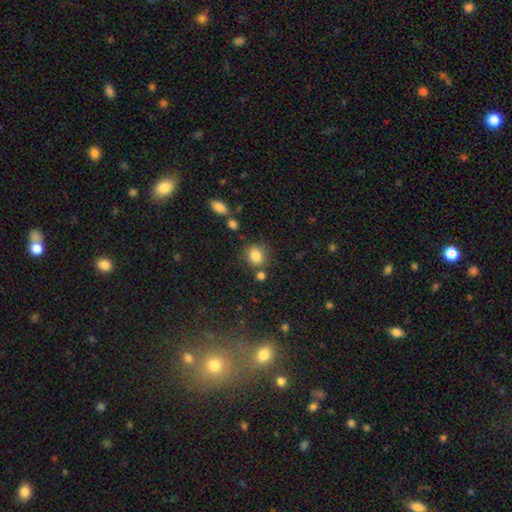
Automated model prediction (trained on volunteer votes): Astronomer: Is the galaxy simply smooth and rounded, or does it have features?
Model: smooth — 84%.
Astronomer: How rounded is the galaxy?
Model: round — 67%.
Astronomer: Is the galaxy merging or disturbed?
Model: none — 74%.